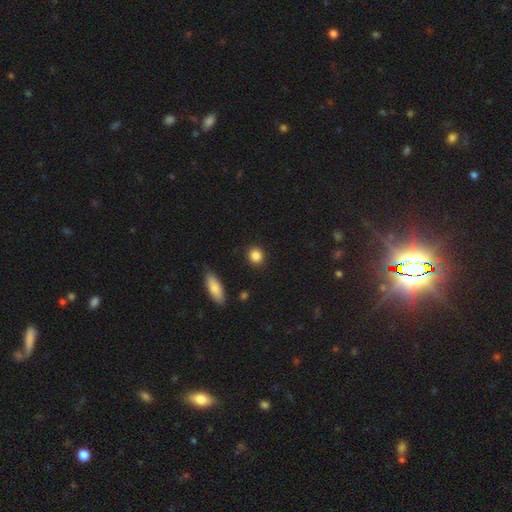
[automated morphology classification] A smooth galaxy with no disk features (86%) that is round (84%).

Vote fractions:
- Smooth or featured? smooth: 86% / star or artifact: 9% / featured or disk: 4%
- How rounded? round: 84% / in between: 15% / cigar-shaped: 2%
- Merging? none: 90% / minor disturbance: 6% / major disturbance: 2% / merger: 1%